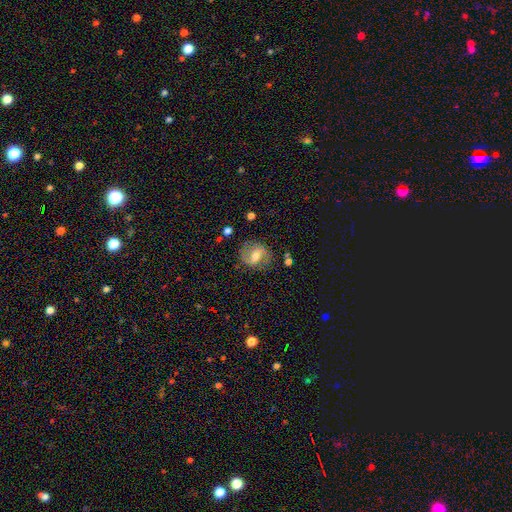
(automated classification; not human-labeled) Q: Smooth or featured?
A: featured or disk (59%); runner-up: smooth (33%)
Q: Edge-on disk?
A: no (96%); runner-up: yes (4%)
Q: Bar?
A: weak (47%); runner-up: strong (30%)
Q: Spiral arms?
A: yes (77%); runner-up: no (23%)
Q: Bulge size?
A: moderate (64%); runner-up: small (26%)
Q: Merging?
A: none (76%); runner-up: minor disturbance (15%)